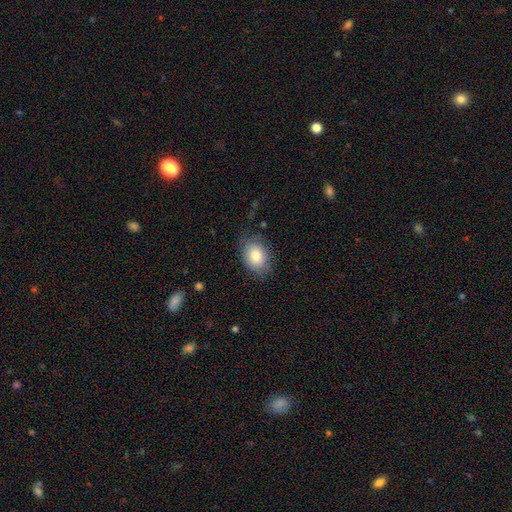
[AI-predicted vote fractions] Smooth or featured? smooth (83%)
How rounded? in between (77%)
Merging? none (72%)